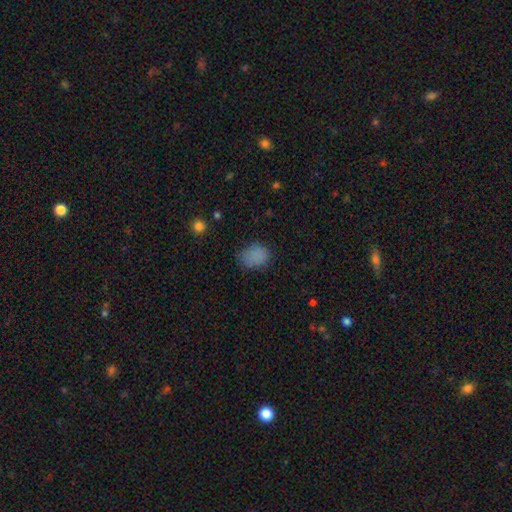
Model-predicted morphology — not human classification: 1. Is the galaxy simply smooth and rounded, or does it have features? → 81% smooth, 13% star or artifact, 6% featured or disk.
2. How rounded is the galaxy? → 54% round, 45% in between, 1% cigar-shaped.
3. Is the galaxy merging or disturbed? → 66% none, 25% minor disturbance, 7% major disturbance, 2% merger.